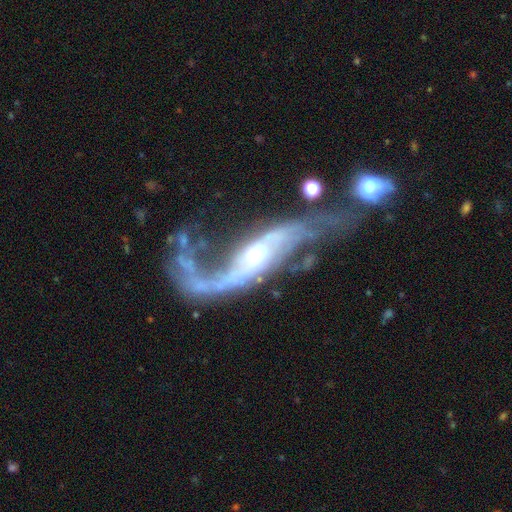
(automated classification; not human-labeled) A featured or disk galaxy (87%) with no bar (45%), 2 (81%) loose (77%) spiral arms (91%) and a moderate central bulge (50%). Merging: major disturbance (32%).